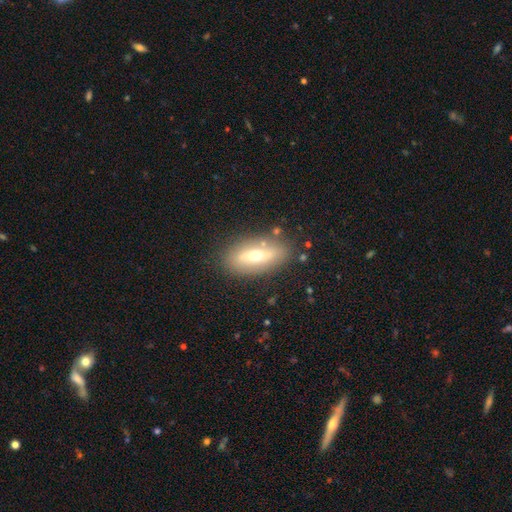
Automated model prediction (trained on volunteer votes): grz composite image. It shows a smooth galaxy with no disk features (50%) that is in between round and cigar-shaped (78%). Merging: none (82%).